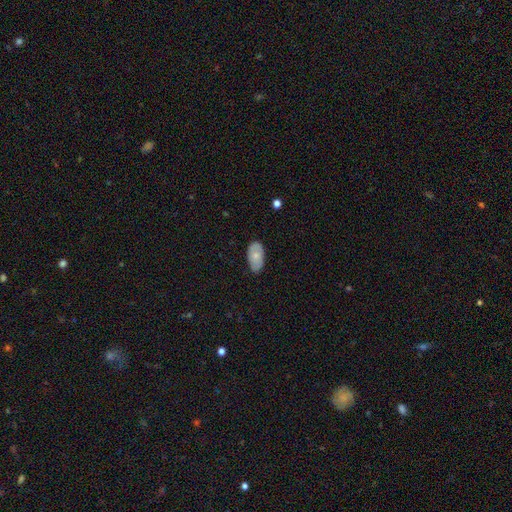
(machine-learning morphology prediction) type=smooth (68%); roundness=in between (94%); merging=none (74%).